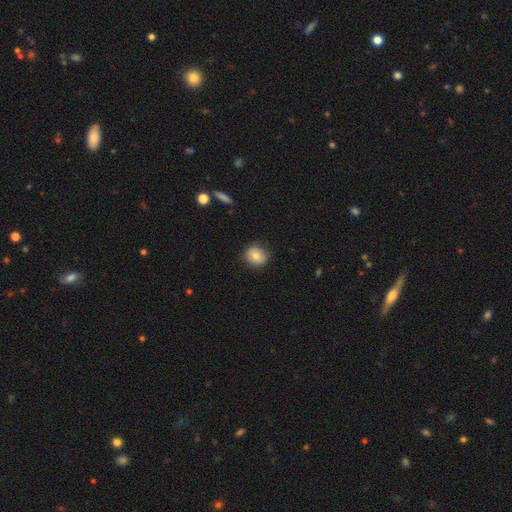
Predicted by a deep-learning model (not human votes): smooth_or_featured: smooth (p=0.75) [alt: featured or disk p=0.16]
how_rounded: round (p=0.80) [alt: in between p=0.19]
merging: none (p=0.86) [alt: minor disturbance p=0.11]